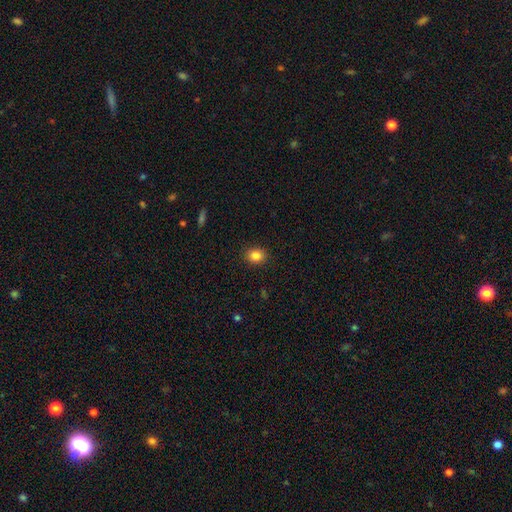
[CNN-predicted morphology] Smooth or featured? smooth (85%)
How rounded? round (56%)
Merging? none (90%)